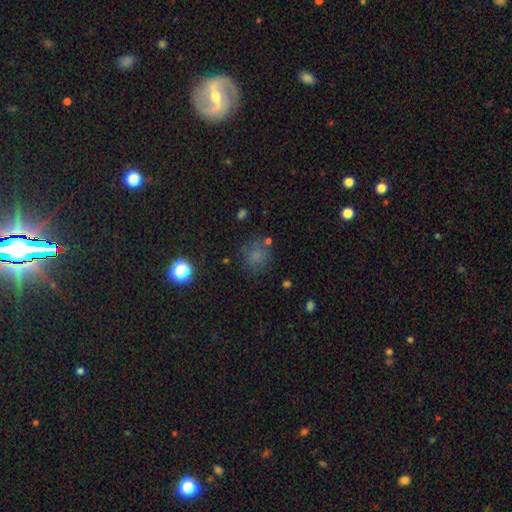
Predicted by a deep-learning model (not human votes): smooth 69%, star or artifact 21%, featured or disk 10%. Down the decision tree: how rounded — round (80%); merging — none (71%).